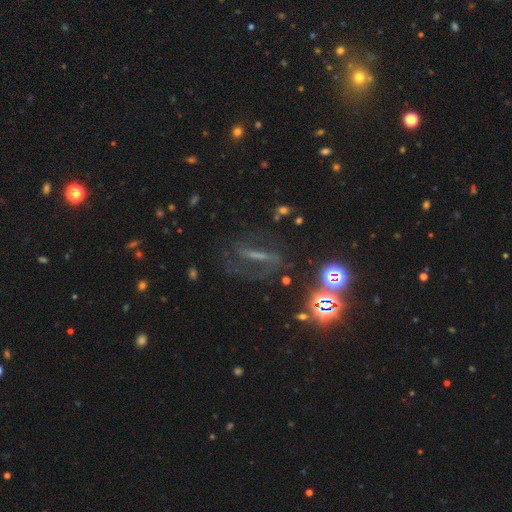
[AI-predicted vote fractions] smooth_or_featured: featured or disk (p=0.54) [alt: star or artifact p=0.28]
disk_edge_on: no (p=0.74) [alt: yes p=0.26]
merging: none (p=0.64) [alt: minor disturbance p=0.17]